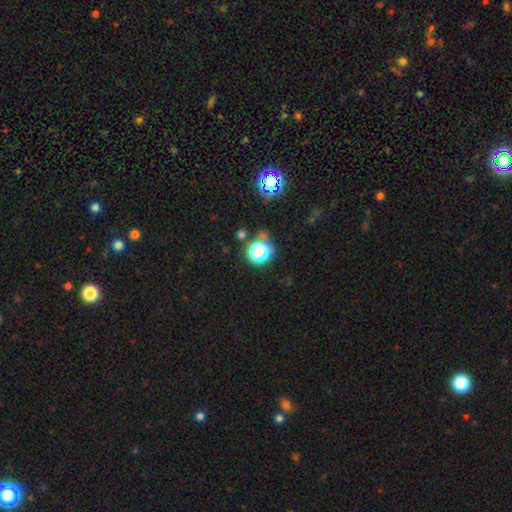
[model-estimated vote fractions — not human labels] Overall: smooth (55%; star or artifact 37%). How rounded: round (86%). Merging: none (68%).